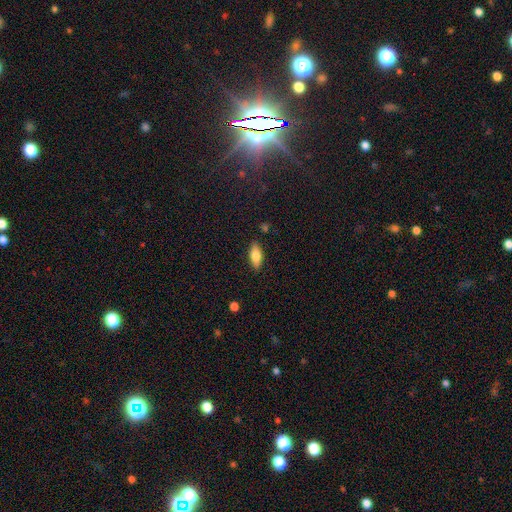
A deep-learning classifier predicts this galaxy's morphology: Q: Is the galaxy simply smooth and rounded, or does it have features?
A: smooth — 74%.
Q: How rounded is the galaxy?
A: in between — 76%.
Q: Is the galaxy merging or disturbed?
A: none — 86%.